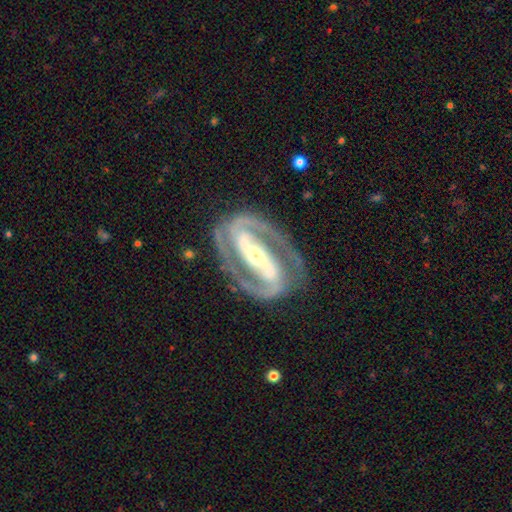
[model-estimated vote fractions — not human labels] This appears to be a featured or disk galaxy (93%) with a strong bar (80%), 2 (94%) tight (50%) spiral arms (98%) and a moderate central bulge (53%). Merging: none (83%).